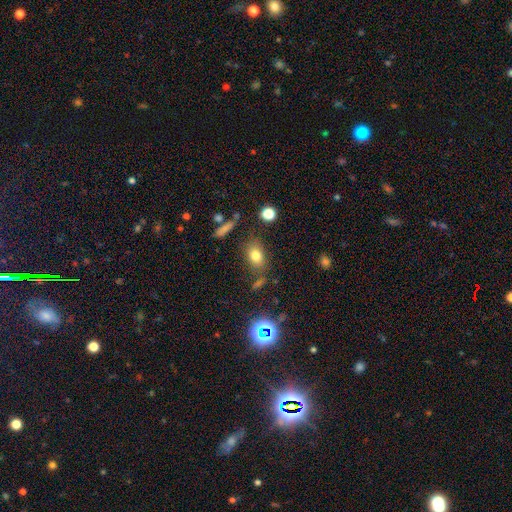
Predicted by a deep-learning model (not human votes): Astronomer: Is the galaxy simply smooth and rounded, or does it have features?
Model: smooth — 77%.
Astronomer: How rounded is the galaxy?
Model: in between — 75%.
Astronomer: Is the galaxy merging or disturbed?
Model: none — 74%.